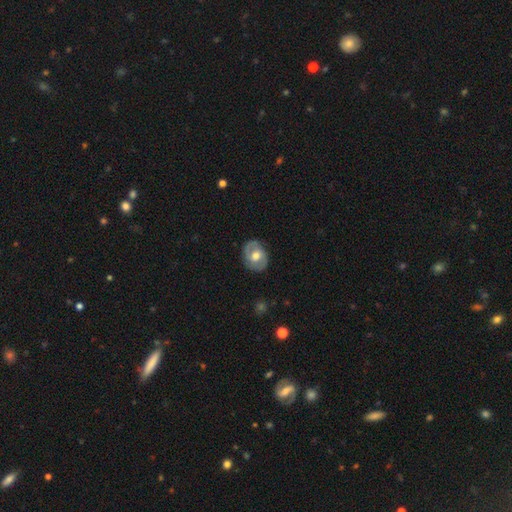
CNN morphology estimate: Smooth or featured? Predicted: featured or disk (p=0.56). Edge-on disk? Predicted: no (p=0.95). Bar? Predicted: no (p=0.61). Spiral arms? Predicted: yes (p=0.60). Bulge size? Predicted: moderate (p=0.73). Merging? Predicted: none (p=0.80).